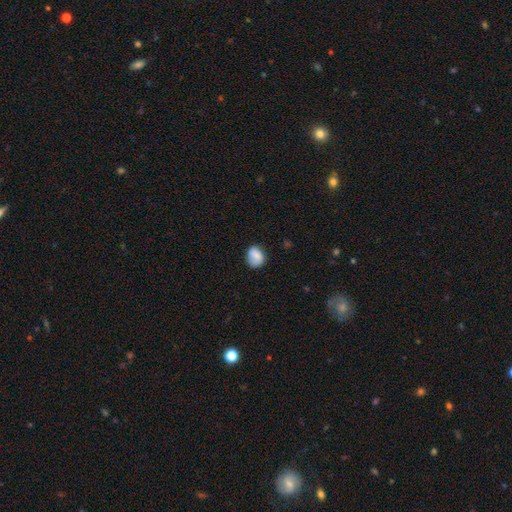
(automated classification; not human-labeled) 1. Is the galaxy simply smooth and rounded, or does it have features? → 83% smooth, 9% featured or disk, 8% star or artifact.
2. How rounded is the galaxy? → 51% in between, 48% round, 1% cigar-shaped.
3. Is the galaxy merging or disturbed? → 69% none, 23% minor disturbance, 6% major disturbance, 2% merger.